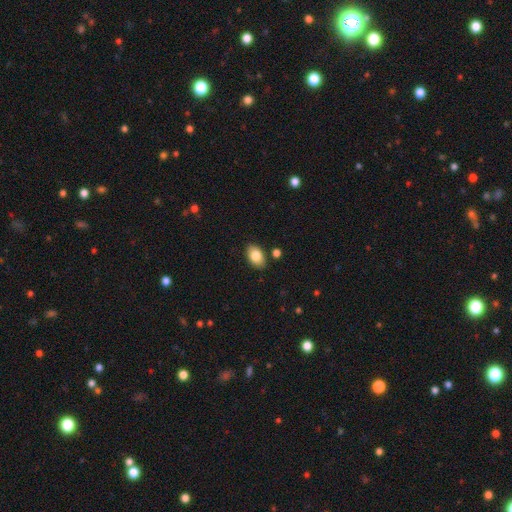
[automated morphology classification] A smooth galaxy with no disk features (83%) that is in between round and cigar-shaped (89%).

Vote fractions:
- Smooth or featured? smooth: 83% / featured or disk: 10% / star or artifact: 8%
- How rounded? in between: 89% / round: 10% / cigar-shaped: 1%
- Merging? none: 85% / minor disturbance: 10% / merger: 3% / major disturbance: 2%